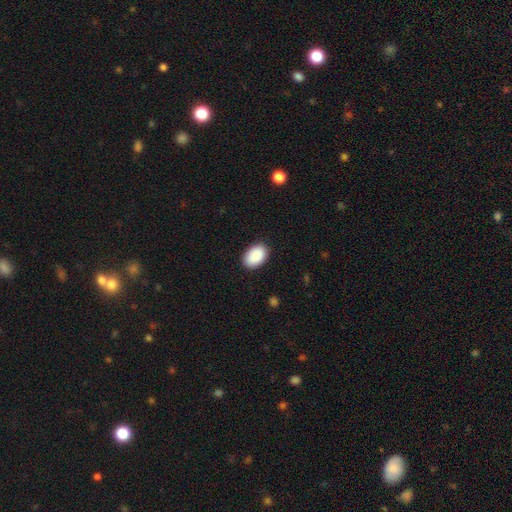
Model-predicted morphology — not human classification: A smooth galaxy with no disk features (91%) that is in between round and cigar-shaped (90%).

Vote fractions:
- Smooth or featured? smooth: 91% / star or artifact: 6% / featured or disk: 3%
- How rounded? in between: 90% / round: 9% / cigar-shaped: 1%
- Merging? none: 89% / minor disturbance: 9% / major disturbance: 2% / merger: 1%